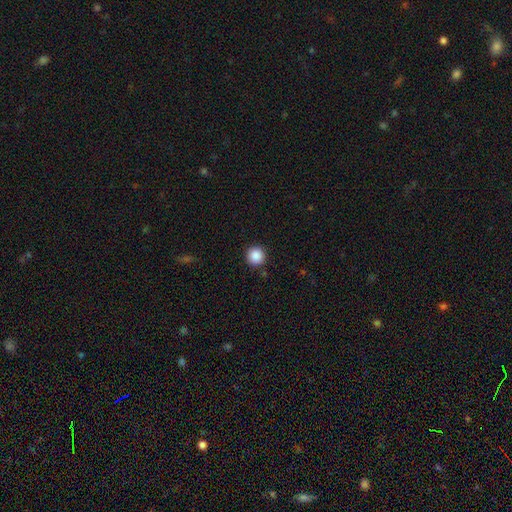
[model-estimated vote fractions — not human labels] A smooth galaxy with no disk features (88%) that is round (95%). Merging: none (91%).